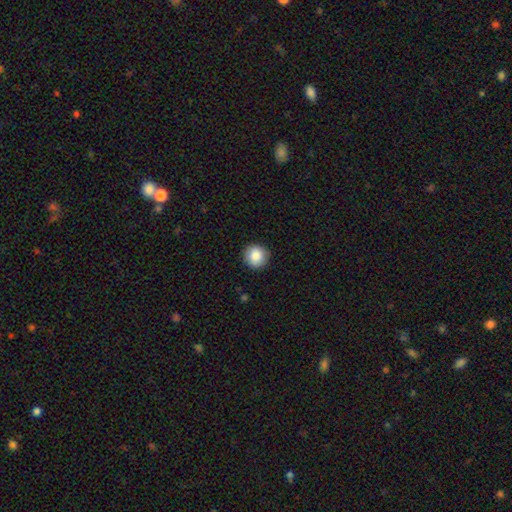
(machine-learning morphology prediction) Smooth or featured?
  - smooth: 87% *
  - star or artifact: 8%
  - featured or disk: 5%
How rounded?
  - round: 93% *
  - in between: 6%
  - cigar-shaped: 1%
Merging?
  - none: 89% *
  - minor disturbance: 8%
  - major disturbance: 2%
  - merger: 1%